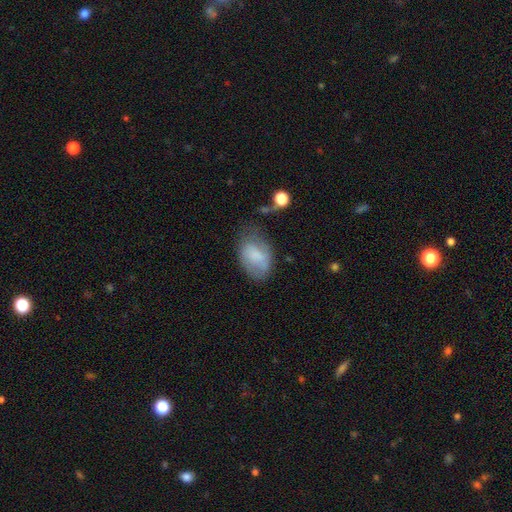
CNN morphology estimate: smooth 65%, featured or disk 26%, star or artifact 8%. Down the decision tree: how rounded — in between (86%); merging — none (48%).